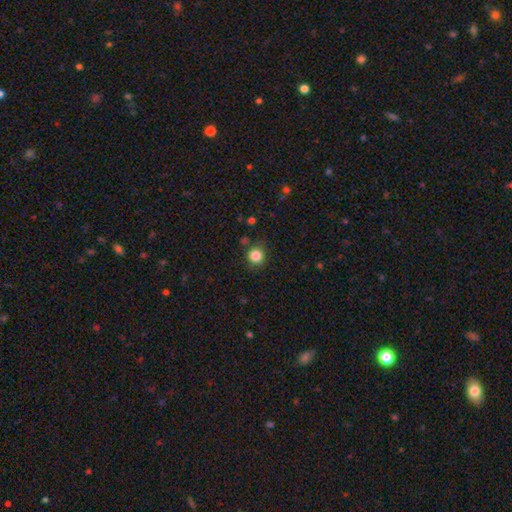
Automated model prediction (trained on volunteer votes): This appears to be a smooth galaxy with no disk features (84%) that is round (92%). Merging: none (84%).